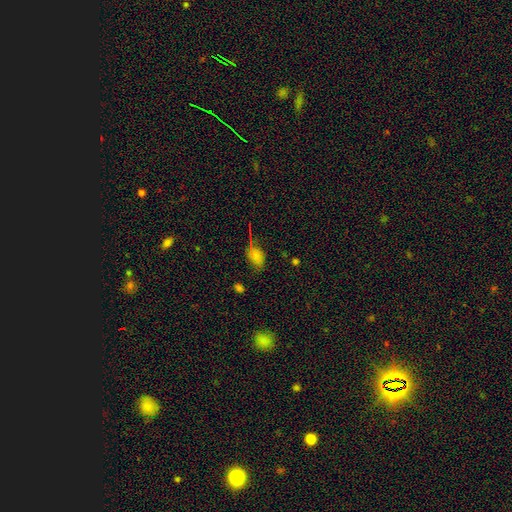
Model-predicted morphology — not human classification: Overall: smooth (65%). How rounded: in between (88%). Merging: none (45%; minor disturbance 29%).